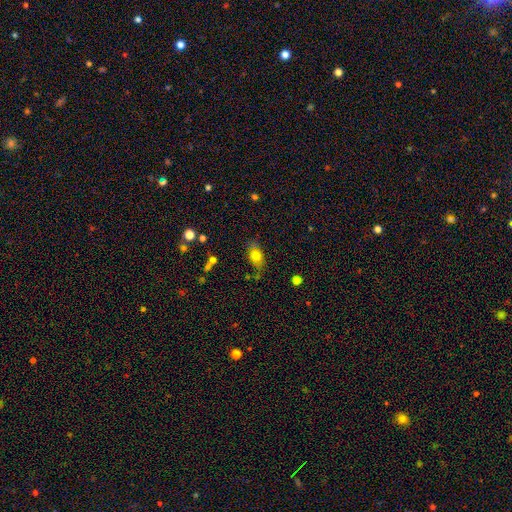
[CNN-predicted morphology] This is likely a smooth galaxy (76%). How rounded: clearly in between (81%). Merging: likely none (71%).